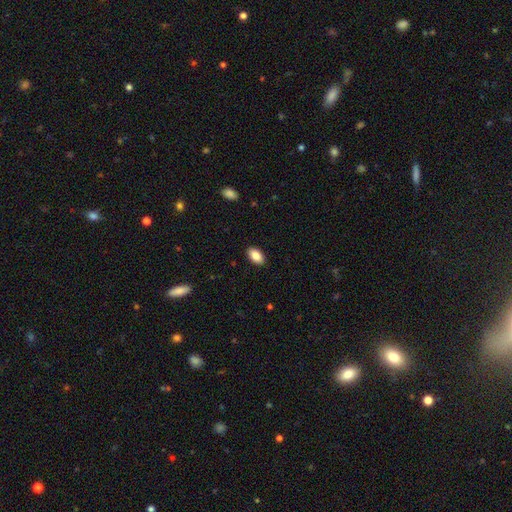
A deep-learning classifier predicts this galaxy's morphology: Smooth or featured? Predicted: smooth (p=0.86). How rounded? Predicted: in between (p=0.94). Merging? Predicted: none (p=0.90).